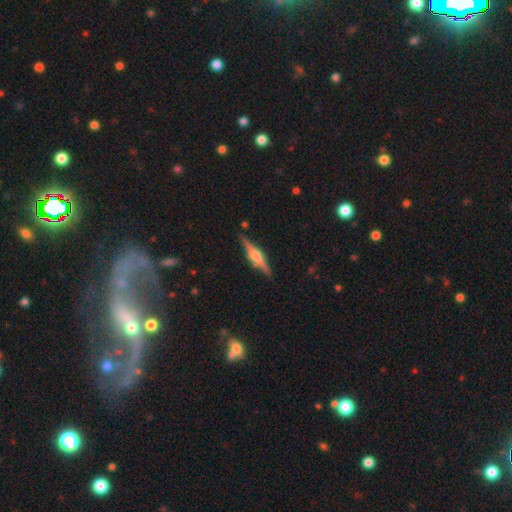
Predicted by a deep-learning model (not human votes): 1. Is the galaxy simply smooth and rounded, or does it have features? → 78% featured or disk, 16% smooth, 6% star or artifact.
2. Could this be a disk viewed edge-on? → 98% yes, 2% no.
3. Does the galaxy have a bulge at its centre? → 85% rounded, 13% boxy, 3% none.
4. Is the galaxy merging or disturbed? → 88% none, 9% minor disturbance, 2% major disturbance, 2% merger.